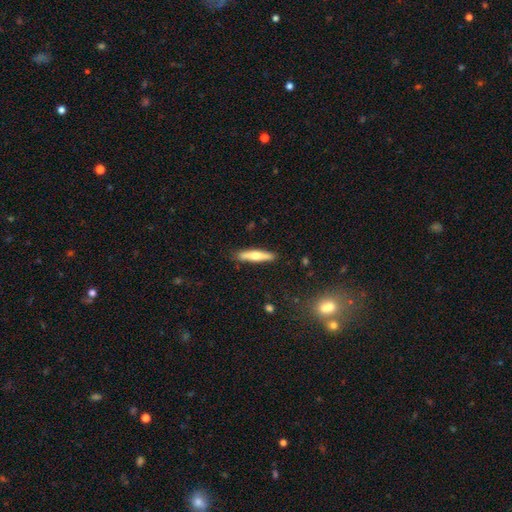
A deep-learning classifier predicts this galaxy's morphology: A smooth galaxy with no disk features (53%) that is cigar-shaped (85%).

Vote fractions:
- Smooth or featured? smooth: 53% / featured or disk: 42% / star or artifact: 6%
- How rounded? cigar-shaped: 85% / in between: 13% / round: 2%
- Merging? none: 87% / minor disturbance: 10% / major disturbance: 2% / merger: 2%